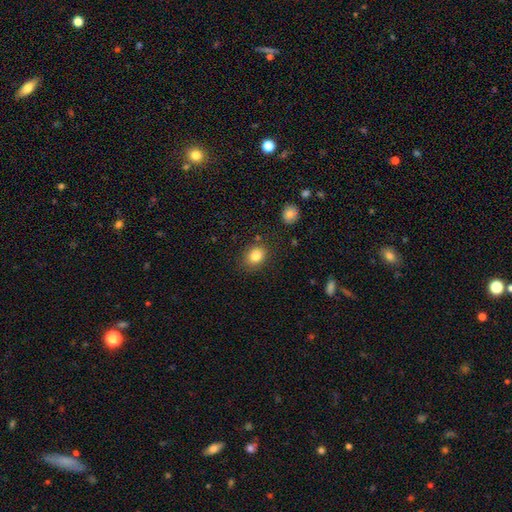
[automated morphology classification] Smooth or featured? smooth (83%)
How rounded? round (55%)
Merging? none (80%)